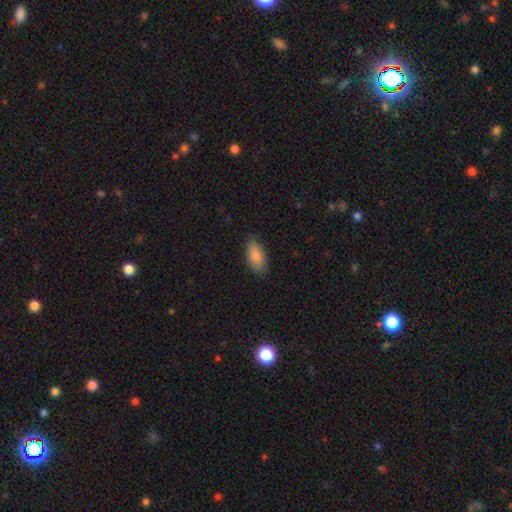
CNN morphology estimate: A smooth galaxy with no disk features (86%) that is in between round and cigar-shaped (90%).

Vote fractions:
- Smooth or featured? smooth: 86% / featured or disk: 7% / star or artifact: 6%
- How rounded? in between: 90% / cigar-shaped: 8% / round: 3%
- Merging? none: 83% / minor disturbance: 14% / major disturbance: 3% / merger: 1%